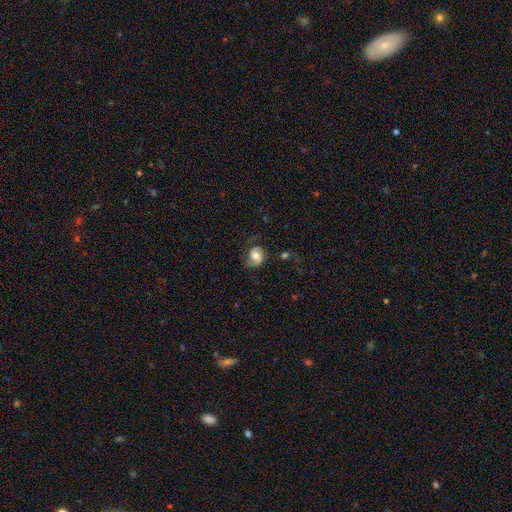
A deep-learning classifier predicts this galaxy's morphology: This is possibly a featured or disk galaxy (49%). Merging: likely none (61%).